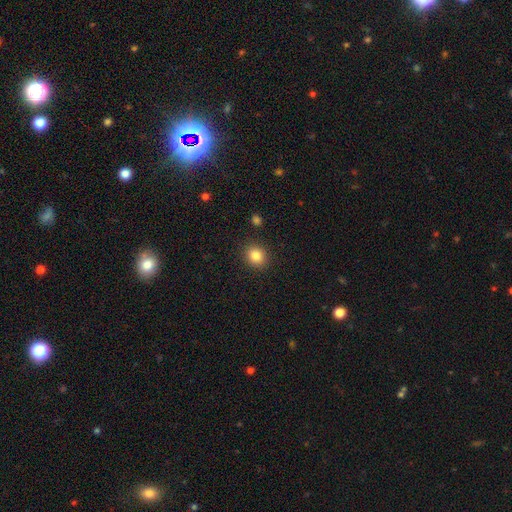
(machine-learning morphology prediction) The model was most divided on "how rounded": round: 75%, in between: 24%, cigar-shaped: 1%. More confident: merging — none (90%); smooth or featured — smooth (84%).